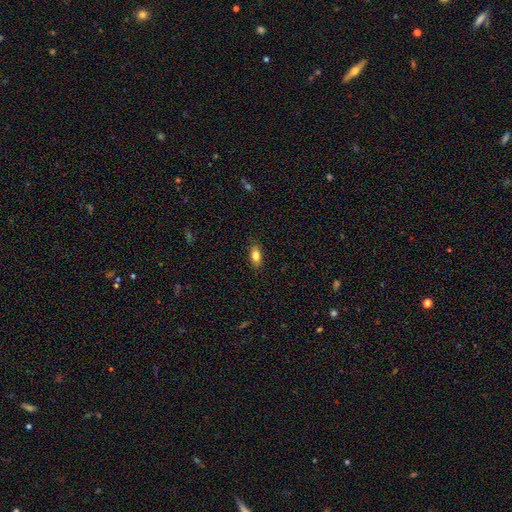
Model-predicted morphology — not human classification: A smooth galaxy with no disk features (81%) that is in between round and cigar-shaped (84%).

Vote fractions:
- Smooth or featured? smooth: 81% / featured or disk: 11% / star or artifact: 8%
- How rounded? in between: 84% / cigar-shaped: 10% / round: 6%
- Merging? none: 86% / minor disturbance: 10% / major disturbance: 2% / merger: 1%